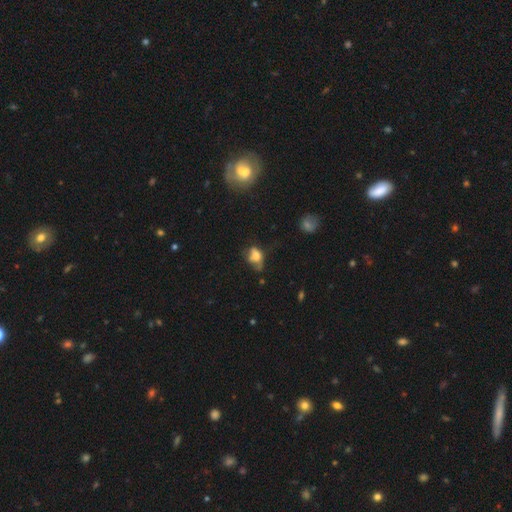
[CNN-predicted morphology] Smooth or featured: smooth — 62% (featured or disk — 24%)
How rounded: in between — 70% (round — 27%)
Merging: minor disturbance — 32% (none — 31%)